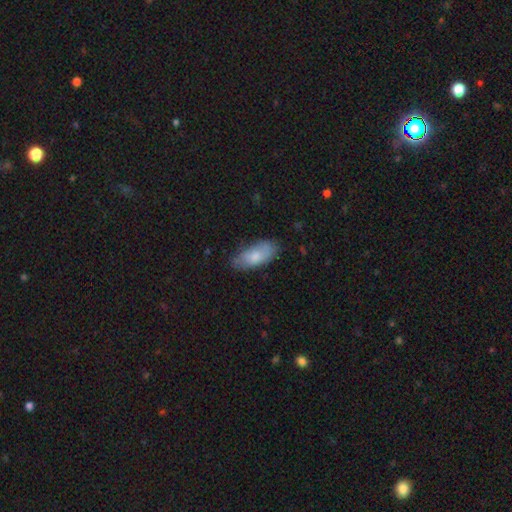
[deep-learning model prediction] Smooth or featured? Predicted: smooth (p=0.74). How rounded? Predicted: in between (p=0.87). Merging? Predicted: none (p=0.72).